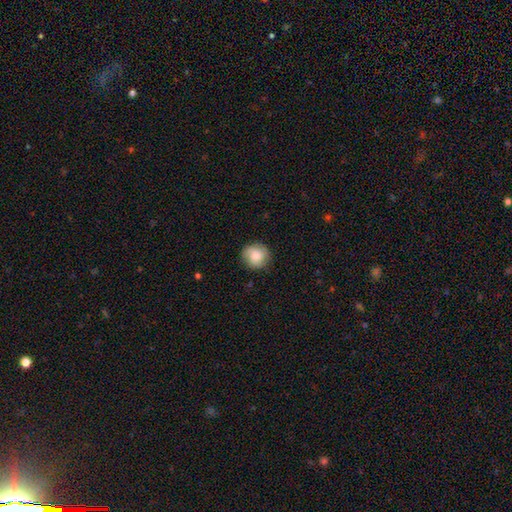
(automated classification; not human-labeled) smooth 80%, featured or disk 12%, star or artifact 7%. Down the decision tree: how rounded — round (91%); merging — none (84%).